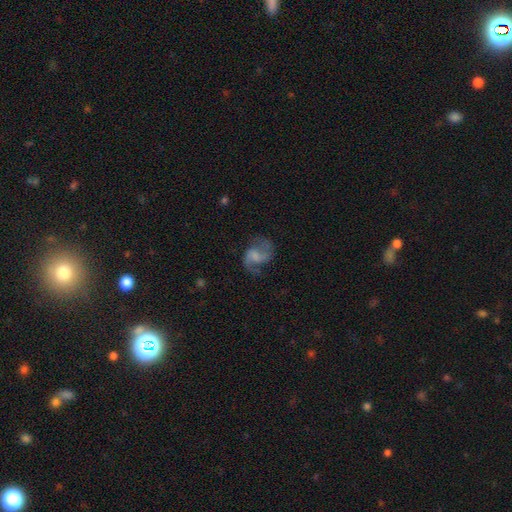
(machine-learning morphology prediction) featured or disk 77%, smooth 15%, star or artifact 8%. Down the decision tree: edge-on disk — no (98%); bar — weak (48%); spiral arms — yes (94%); spiral arm count — 2 (89%); spiral winding — loose (47%); bulge size — none (42%); merging — none (65%).